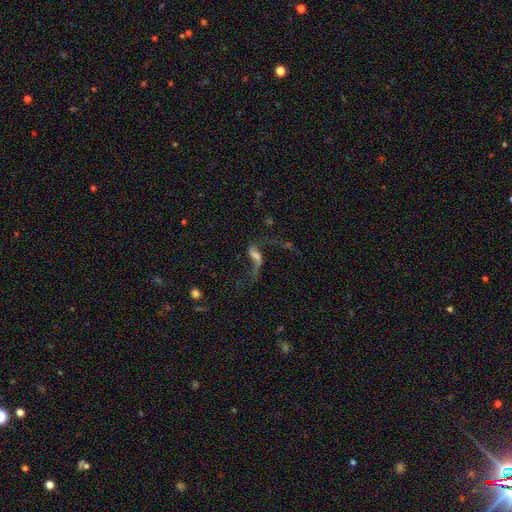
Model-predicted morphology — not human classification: type=featured or disk (63%); edge-on=no (90%); bar=no (40%); spiral arms=yes (74%); bulge=none (34%); merging=major disturbance (42%).